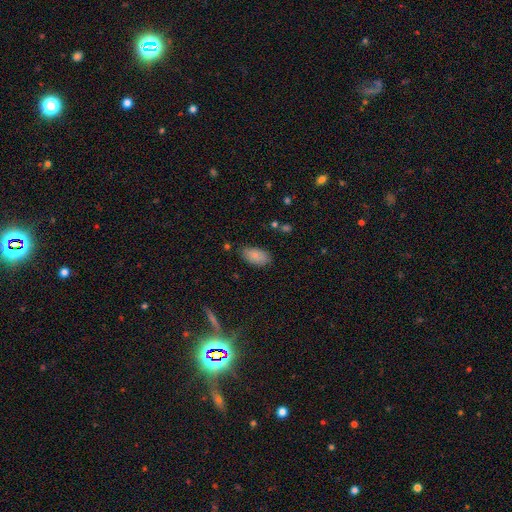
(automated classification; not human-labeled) smooth 84%, featured or disk 9%, star or artifact 8%. Down the decision tree: how rounded — in between (93%); merging — none (79%).